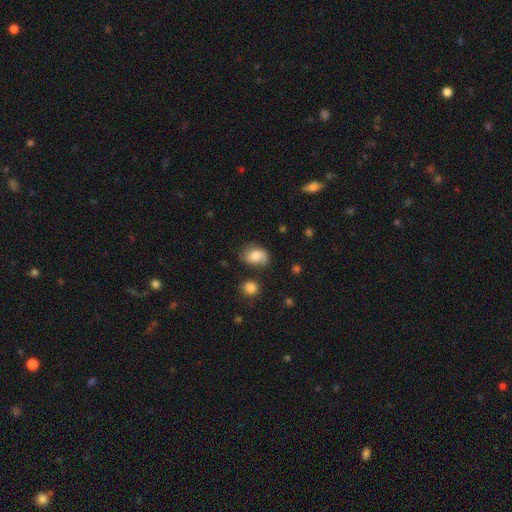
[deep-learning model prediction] Morphology: type=smooth (72%); roundness=in between (74%); merging=none (58%).